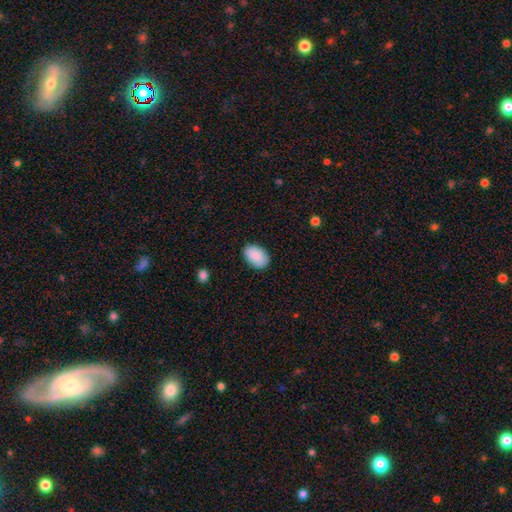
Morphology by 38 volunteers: This is clearly a smooth galaxy (92%). How rounded: clearly in between (91%). Merging: clearly none (94%).